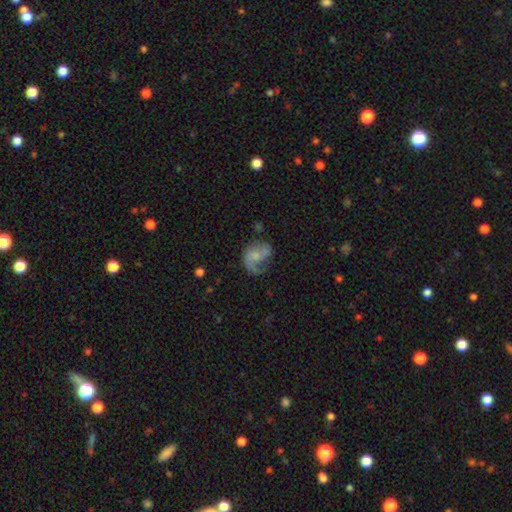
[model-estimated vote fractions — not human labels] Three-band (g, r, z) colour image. It shows a featured or disk galaxy (59%) with no bar (71%), spiral arms (79%) and a small central bulge (44%). Merging: none (38%).